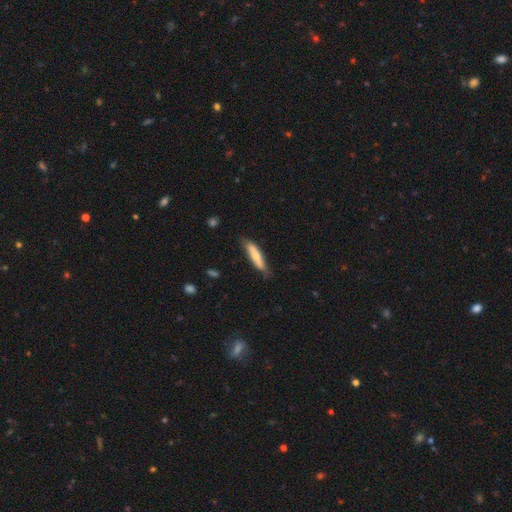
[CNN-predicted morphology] Smooth or featured?
  - smooth: 66% *
  - featured or disk: 29%
  - star or artifact: 5%
How rounded?
  - cigar-shaped: 82% *
  - in between: 17%
  - round: 1%
Merging?
  - none: 77% *
  - minor disturbance: 18%
  - major disturbance: 3%
  - merger: 1%